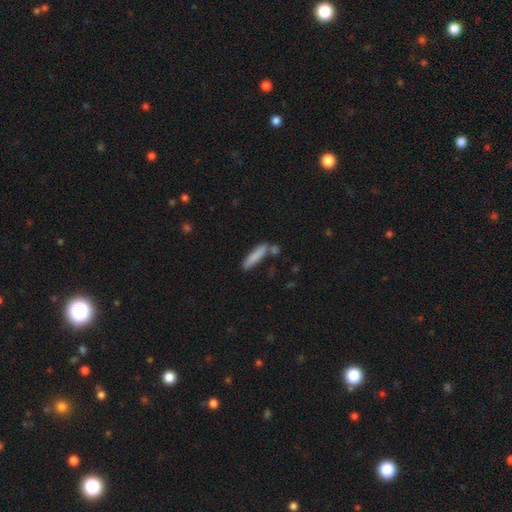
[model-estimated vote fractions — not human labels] Smooth or featured: smooth — 83% (featured or disk — 11%)
How rounded: cigar-shaped — 83% (in between — 16%)
Merging: none — 71% (minor disturbance — 14%)